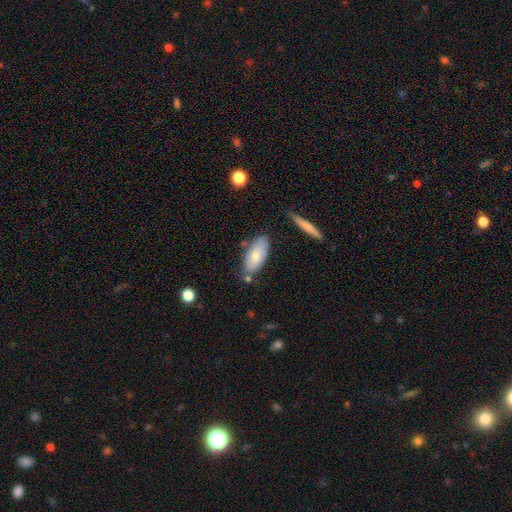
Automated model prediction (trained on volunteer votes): Smooth or featured? smooth (73%)
How rounded? in between (86%)
Merging? none (68%)